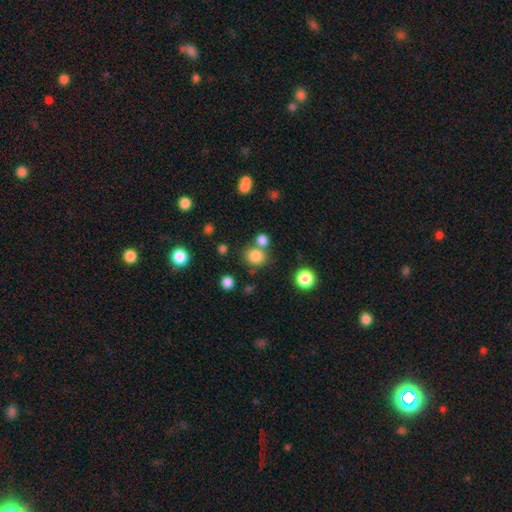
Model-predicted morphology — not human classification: This appears to be a smooth galaxy with no disk features (81%) that is round (84%). Merging: none (66%).